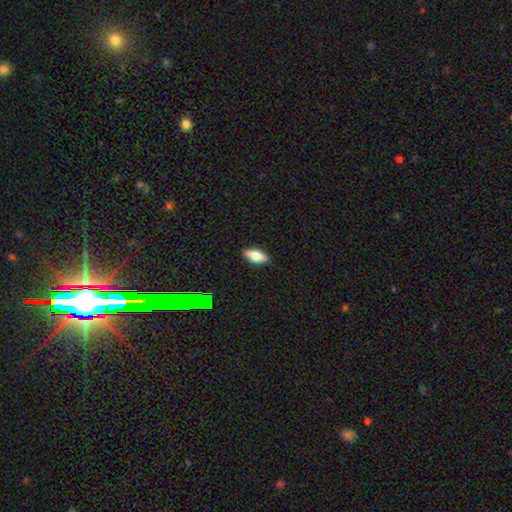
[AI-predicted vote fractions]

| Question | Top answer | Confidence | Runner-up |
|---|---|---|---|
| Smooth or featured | smooth | 62% | featured or disk (30%) |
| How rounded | in between | 77% | cigar-shaped (20%) |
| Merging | none | 88% | minor disturbance (9%) |